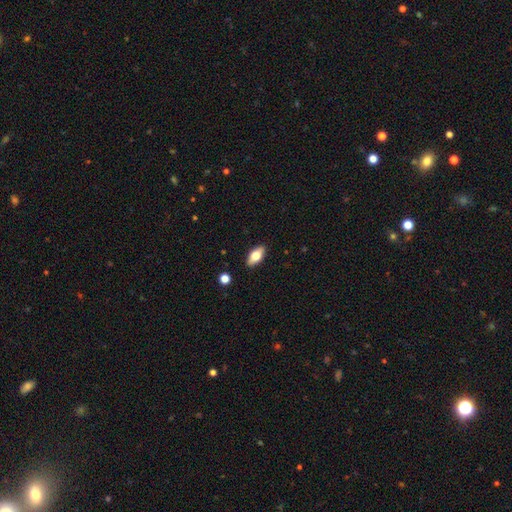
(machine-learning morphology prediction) The model was most divided on "smooth or featured": smooth: 69%, featured or disk: 24%, star or artifact: 7%. More confident: merging — none (89%); how rounded — in between (88%).